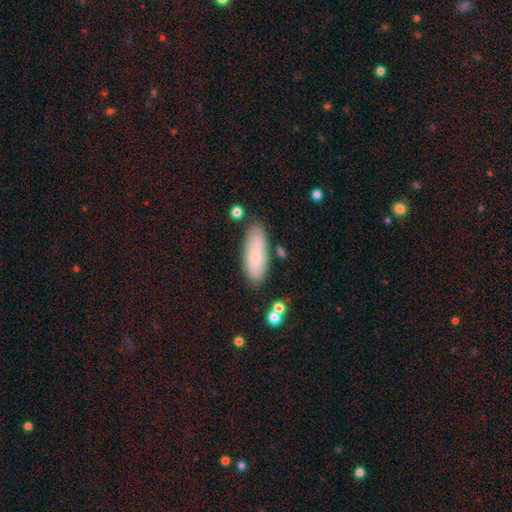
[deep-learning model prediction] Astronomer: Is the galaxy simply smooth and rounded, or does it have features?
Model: smooth — 75%.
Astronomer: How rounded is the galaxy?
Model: in between — 69%.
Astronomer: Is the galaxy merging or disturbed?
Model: none — 80%.